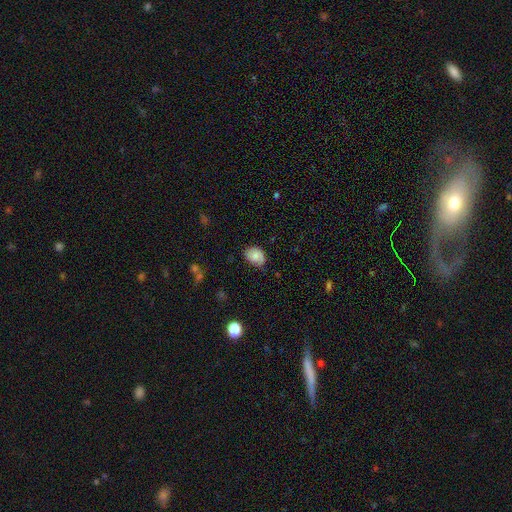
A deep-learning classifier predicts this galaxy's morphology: smooth_or_featured: smooth (p=0.70) [alt: featured or disk p=0.22]
how_rounded: in between (p=0.66) [alt: round p=0.33]
merging: none (p=0.60) [alt: minor disturbance p=0.31]